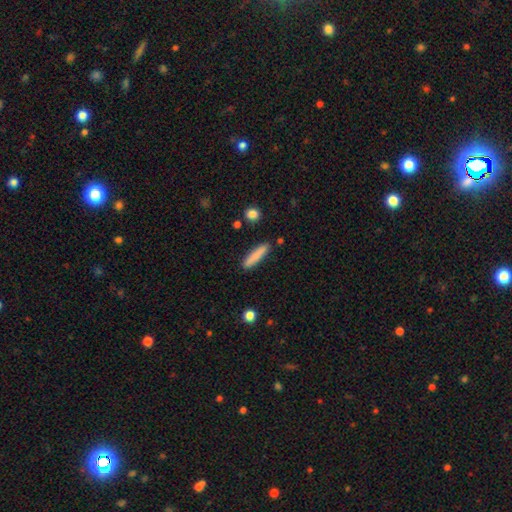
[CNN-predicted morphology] Smooth or featured: smooth — 82% (featured or disk — 12%)
How rounded: cigar-shaped — 85% (in between — 14%)
Merging: none — 87% (minor disturbance — 9%)